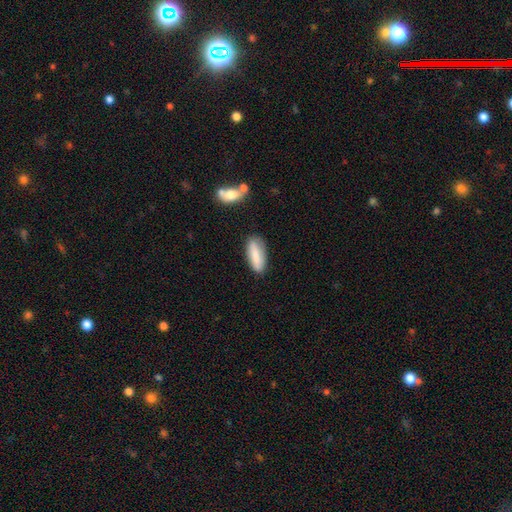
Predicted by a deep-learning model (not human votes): This is likely a smooth galaxy (80%). How rounded: likely in between (68%). Merging: likely none (76%).